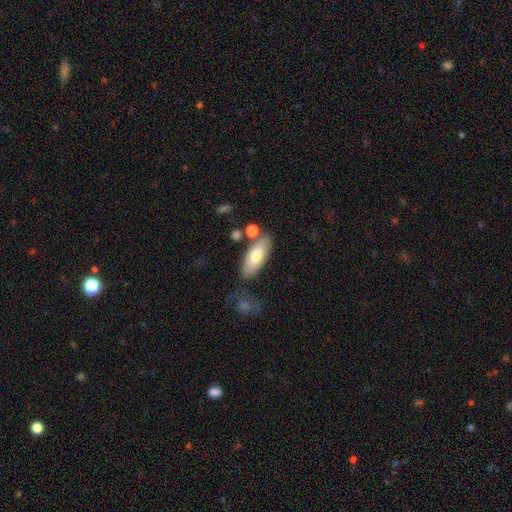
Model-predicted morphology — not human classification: The model was most divided on "smooth or featured": smooth: 73%, featured or disk: 21%, star or artifact: 6%. More confident: how rounded — in between (78%); merging — none (74%).